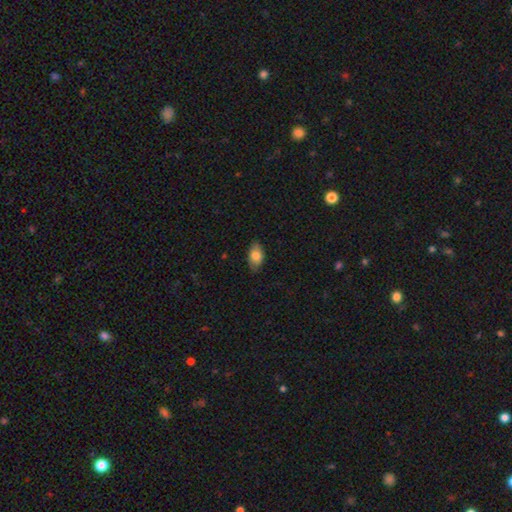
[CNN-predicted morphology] Smooth or featured? Predicted: smooth (p=0.80). How rounded? Predicted: in between (p=0.92). Merging? Predicted: none (p=0.83).